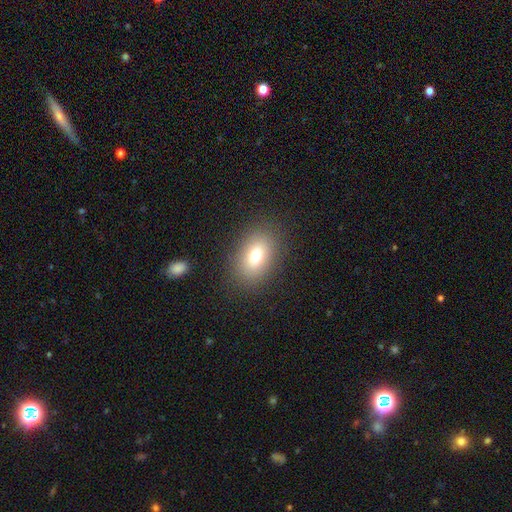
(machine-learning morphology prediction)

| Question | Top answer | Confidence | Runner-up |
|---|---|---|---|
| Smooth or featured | smooth | 74% | featured or disk (14%) |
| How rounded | in between | 82% | round (16%) |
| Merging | none | 86% | minor disturbance (9%) |